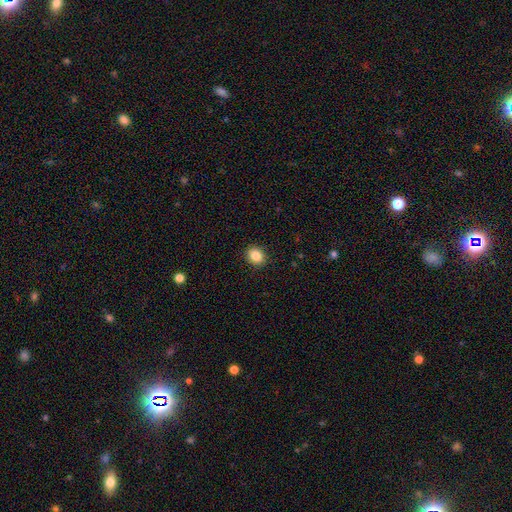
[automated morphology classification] Smooth or featured: smooth — 86% (star or artifact — 9%)
How rounded: round — 63% (in between — 36%)
Merging: none — 91% (minor disturbance — 7%)